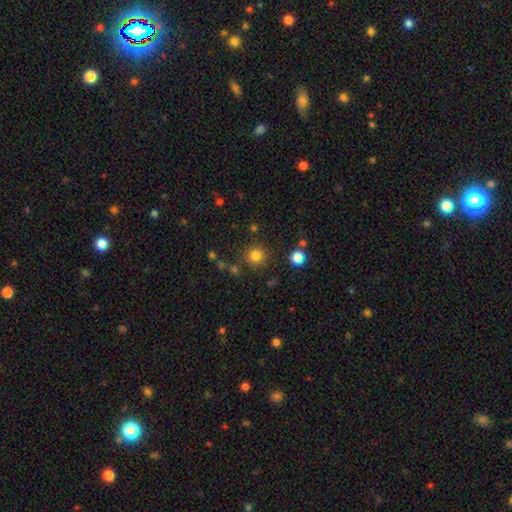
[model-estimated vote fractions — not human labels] A smooth galaxy with no disk features (81%) that is round (94%). Merging: none (85%).